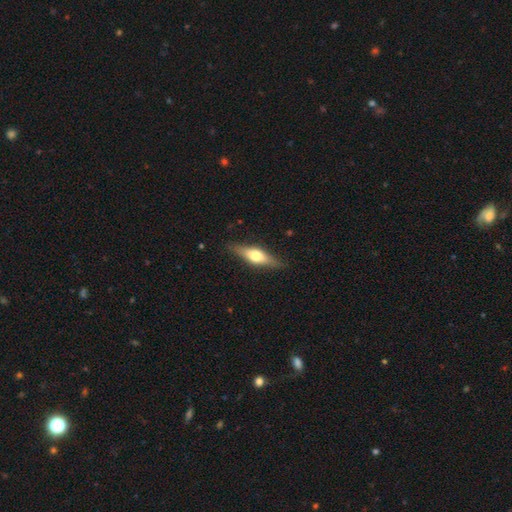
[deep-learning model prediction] smooth-or-featured: featured or disk: 51% | smooth: 43% | star or artifact: 6%
  disk-edge-on: yes: 91% | no: 9%
  merging: none: 85% | minor disturbance: 11% | major disturbance: 2% | merger: 1%